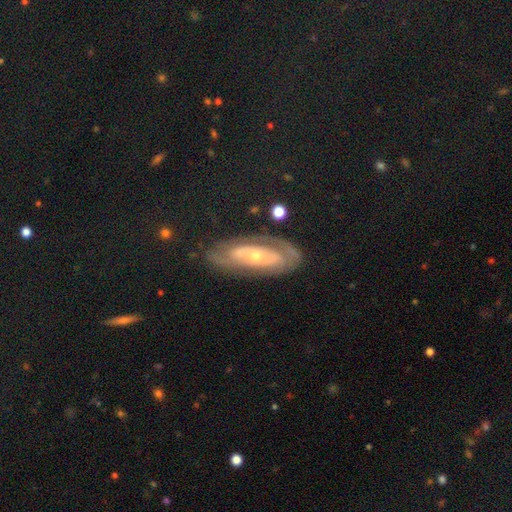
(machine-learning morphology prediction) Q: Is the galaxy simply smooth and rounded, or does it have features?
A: featured or disk — 76%.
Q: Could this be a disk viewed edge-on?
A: no — 87%.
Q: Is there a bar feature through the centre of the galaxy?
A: no — 71%.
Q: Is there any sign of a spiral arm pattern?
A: yes — 76%.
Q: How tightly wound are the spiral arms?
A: tight — 60%.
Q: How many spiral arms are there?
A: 2 — 47%.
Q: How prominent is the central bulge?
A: small — 60%.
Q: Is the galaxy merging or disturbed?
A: none — 71%.